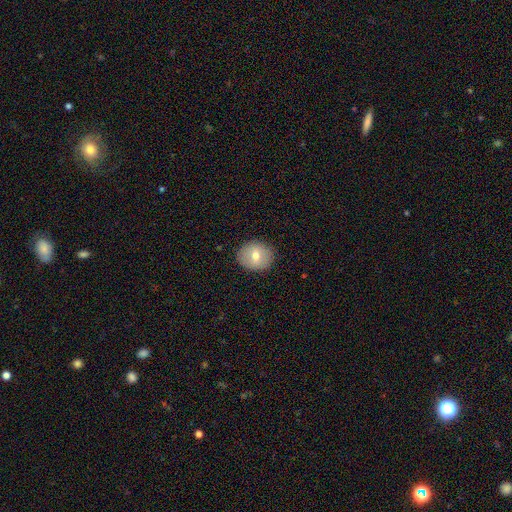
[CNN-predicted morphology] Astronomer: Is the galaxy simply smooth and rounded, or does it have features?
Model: smooth — 65%.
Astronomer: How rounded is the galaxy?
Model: round — 75%.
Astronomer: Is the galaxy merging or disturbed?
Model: none — 88%.